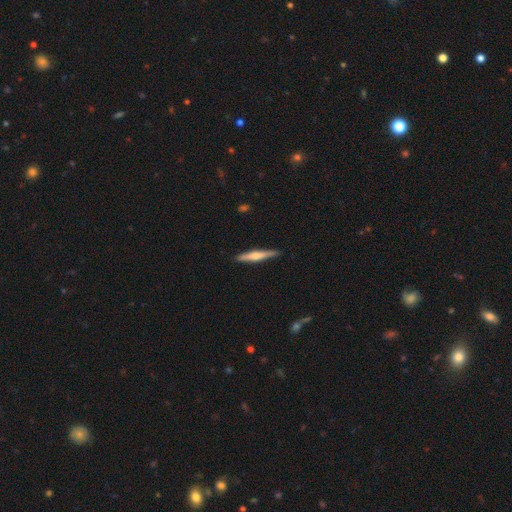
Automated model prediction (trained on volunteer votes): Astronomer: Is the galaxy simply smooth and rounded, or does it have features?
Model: featured or disk — 53% (runner-up: smooth, 41%).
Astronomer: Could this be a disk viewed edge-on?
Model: yes — 96%.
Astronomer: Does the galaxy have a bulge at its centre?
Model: rounded — 79%.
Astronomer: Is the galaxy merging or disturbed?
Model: none — 89%.